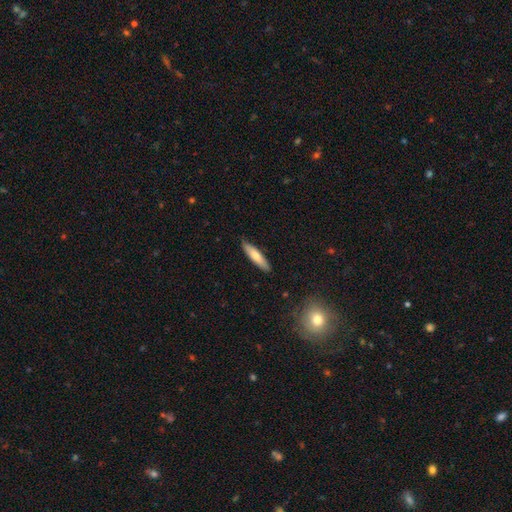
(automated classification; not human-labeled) Q: Smooth or featured?
A: smooth (69%); runner-up: featured or disk (25%)
Q: How rounded?
A: cigar-shaped (79%); runner-up: in between (19%)
Q: Merging?
A: none (87%); runner-up: minor disturbance (10%)